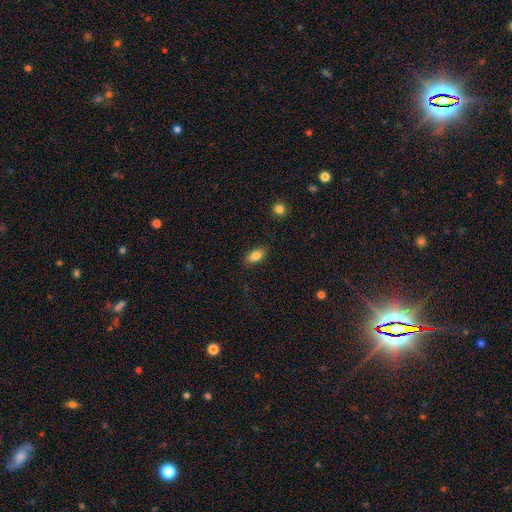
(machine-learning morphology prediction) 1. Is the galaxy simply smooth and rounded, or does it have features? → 85% smooth, 8% star or artifact, 7% featured or disk.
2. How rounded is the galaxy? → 89% in between, 6% round, 5% cigar-shaped.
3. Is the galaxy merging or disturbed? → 85% none, 11% minor disturbance, 3% major disturbance, 1% merger.